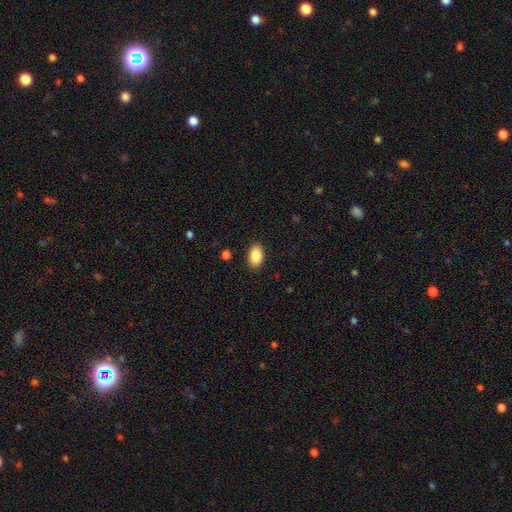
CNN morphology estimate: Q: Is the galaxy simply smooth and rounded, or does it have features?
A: smooth — 88%.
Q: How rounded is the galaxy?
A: in between — 91%.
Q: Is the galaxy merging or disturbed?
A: none — 89%.